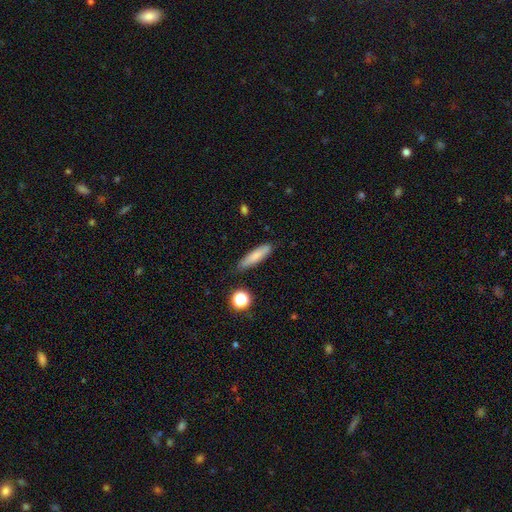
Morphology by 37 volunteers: Volunteers were most divided on "how rounded": cigar-shaped: 75%, in between: 25%, round: 0%. More confident: smooth or featured — smooth (86%); merging — none (86%).